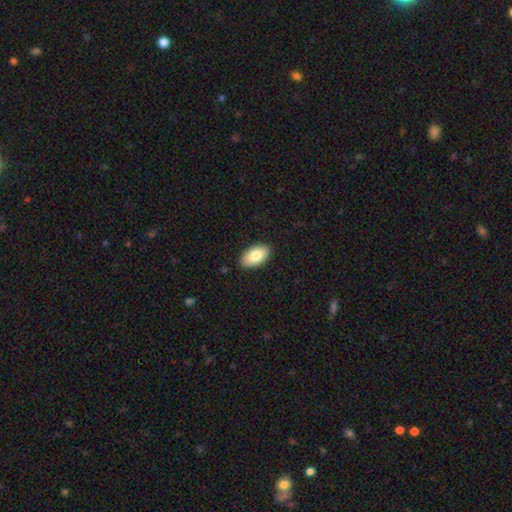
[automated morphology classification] Overall: smooth (83%). How rounded: in between (95%). Merging: none (88%).